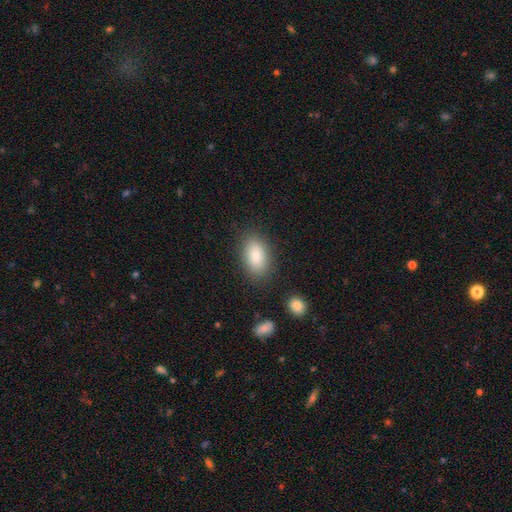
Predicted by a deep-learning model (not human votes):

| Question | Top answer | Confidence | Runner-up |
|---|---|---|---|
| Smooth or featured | smooth | 84% | featured or disk (9%) |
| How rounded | in between | 92% | round (6%) |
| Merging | none | 83% | minor disturbance (11%) |